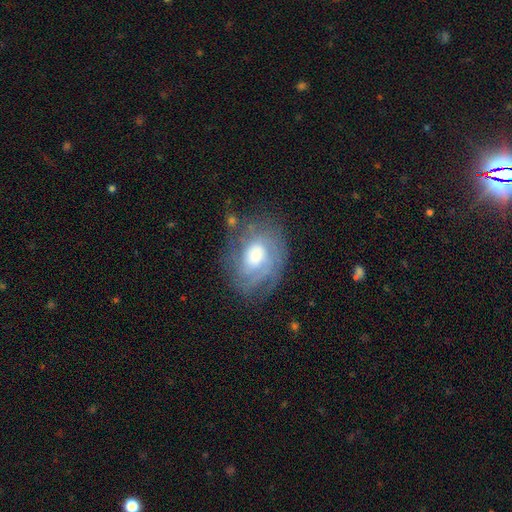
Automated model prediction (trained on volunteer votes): Smooth or featured: featured or disk — 67% (smooth — 23%)
Edge-on disk: no — 96% (yes — 4%)
Bar: no — 68% (weak — 26%)
Spiral arms: yes — 80% (no — 20%)
Spiral winding: tight — 64% (medium — 27%)
Spiral arm count: can't tell — 51% (2 — 19%)
Bulge size: moderate — 52% (large — 36%)
Merging: none — 68% (minor disturbance — 21%)